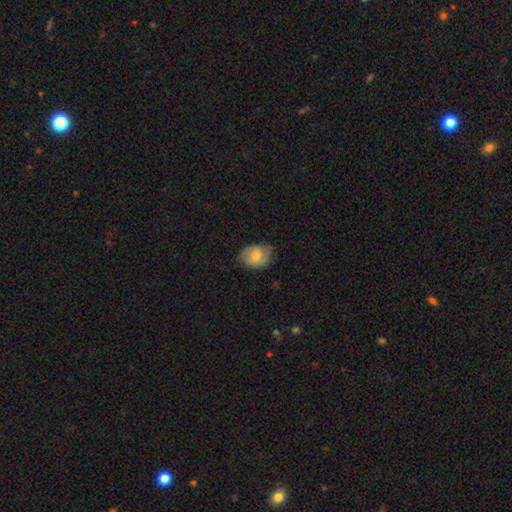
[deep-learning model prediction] A smooth galaxy with no disk features (69%) that is in between round and cigar-shaped (56%).

Vote fractions:
- Smooth or featured? smooth: 69% / featured or disk: 24% / star or artifact: 7%
- How rounded? in between: 56% / round: 43% / cigar-shaped: 1%
- Merging? none: 68% / minor disturbance: 26% / major disturbance: 5% / merger: 1%